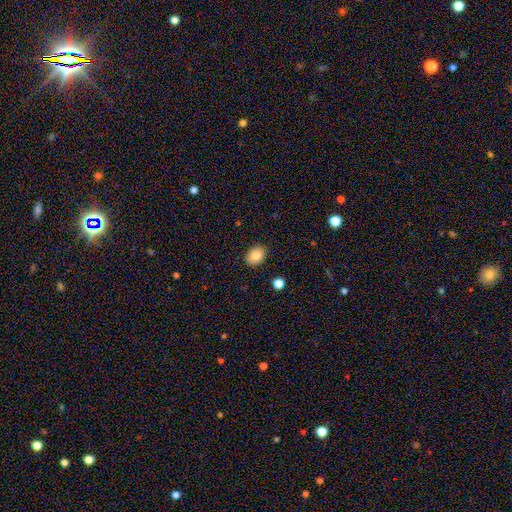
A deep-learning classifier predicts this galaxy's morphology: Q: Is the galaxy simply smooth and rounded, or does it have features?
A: smooth — 83%.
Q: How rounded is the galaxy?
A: in between — 69%.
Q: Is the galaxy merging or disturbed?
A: none — 87%.